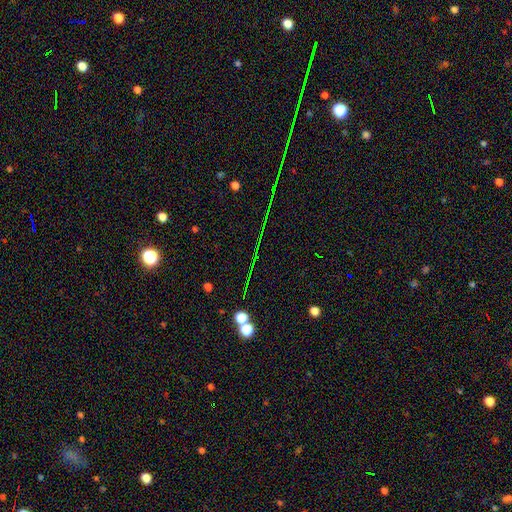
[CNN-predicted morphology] Smooth or featured? Predicted: star or artifact (p=0.71).